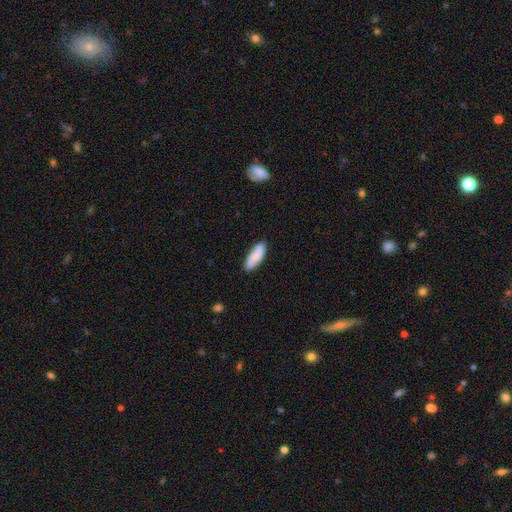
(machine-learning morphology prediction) type=smooth (72%); roundness=in between (65%); merging=none (81%).